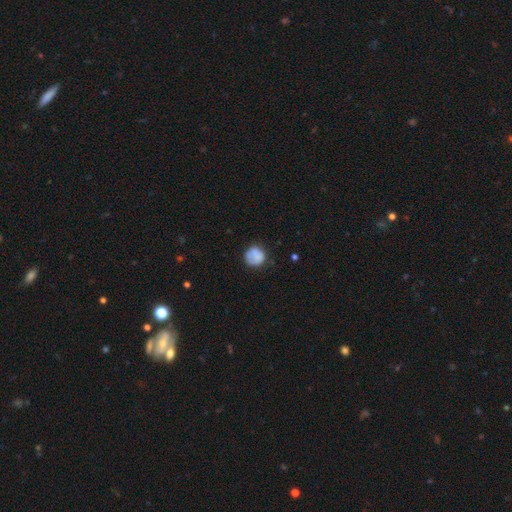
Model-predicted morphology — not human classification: type=smooth (77%); roundness=round (89%); merging=none (69%).